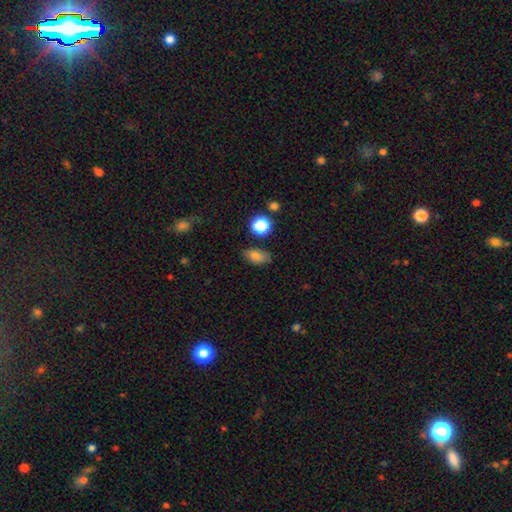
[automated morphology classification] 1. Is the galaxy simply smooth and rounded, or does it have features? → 80% smooth, 11% star or artifact, 9% featured or disk.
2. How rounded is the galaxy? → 84% in between, 12% round, 5% cigar-shaped.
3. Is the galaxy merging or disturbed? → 76% none, 18% minor disturbance, 4% major disturbance, 3% merger.